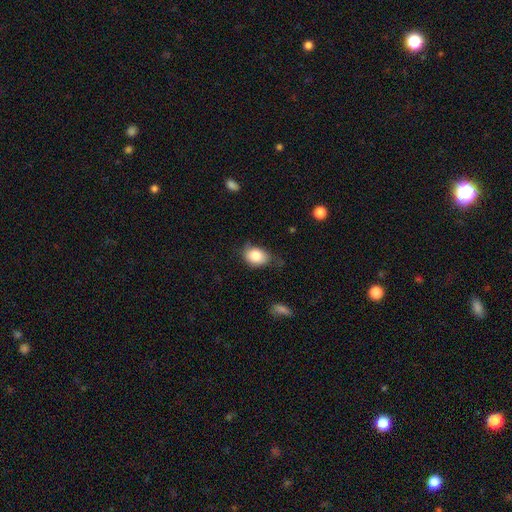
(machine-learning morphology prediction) Smooth or featured?
  - smooth: 82% *
  - featured or disk: 10%
  - star or artifact: 8%
How rounded?
  - in between: 67% *
  - round: 32%
  - cigar-shaped: 1%
Merging?
  - none: 55% *
  - minor disturbance: 33%
  - major disturbance: 10%
  - merger: 2%